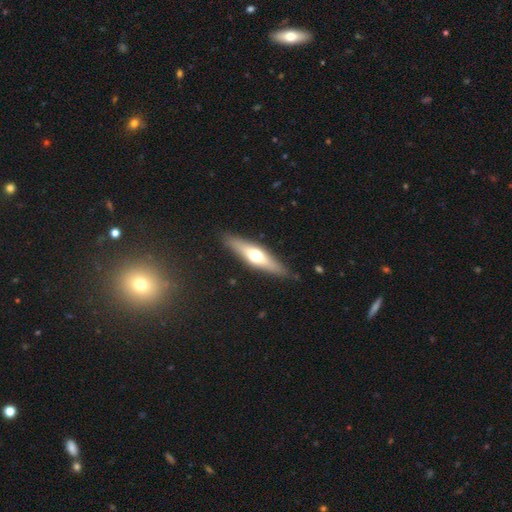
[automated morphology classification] Smooth or featured?
  - featured or disk: 51% *
  - smooth: 43%
  - star or artifact: 6%
Edge-on disk?
  - yes: 90% *
  - no: 10%
Merging?
  - none: 87% *
  - minor disturbance: 9%
  - major disturbance: 2%
  - merger: 1%